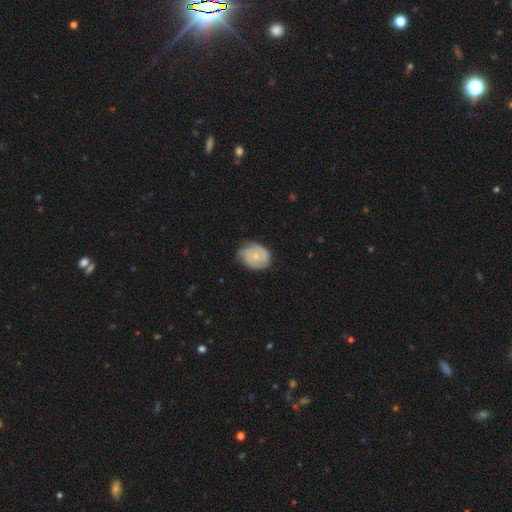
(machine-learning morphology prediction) Smooth or featured? Predicted: featured or disk (p=0.59). Edge-on disk? Predicted: no (p=0.98). Bar? Predicted: no (p=0.78). Spiral arms? Predicted: yes (p=0.86). Bulge size? Predicted: small (p=0.64). Merging? Predicted: none (p=0.63).